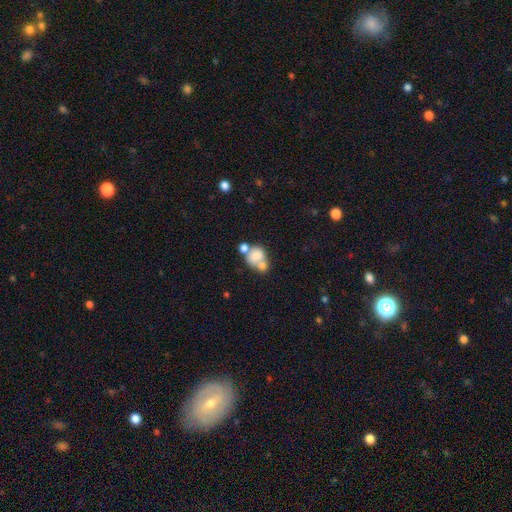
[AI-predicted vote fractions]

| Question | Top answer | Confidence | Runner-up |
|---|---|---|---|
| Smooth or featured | smooth | 68% | featured or disk (23%) |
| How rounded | round | 54% | in between (44%) |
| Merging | merger | 58% | none (25%) |